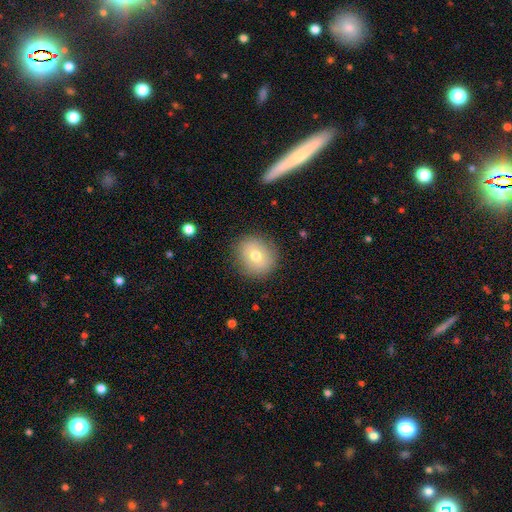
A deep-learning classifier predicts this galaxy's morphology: This is likely a smooth galaxy (70%). How rounded: likely round (78%). Merging: clearly none (85%).